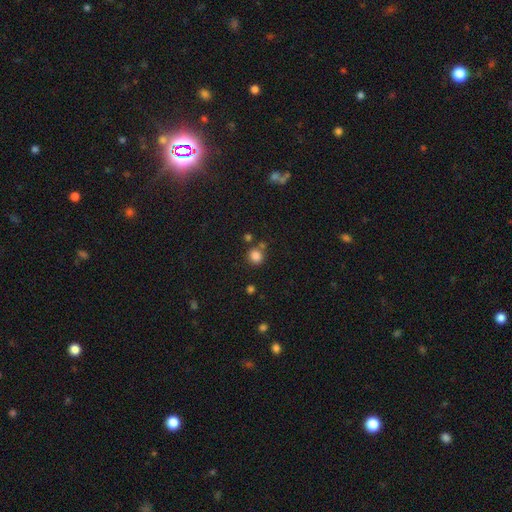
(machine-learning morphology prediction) Smooth or featured?
  - smooth: 83% *
  - star or artifact: 12%
  - featured or disk: 4%
How rounded?
  - round: 86% *
  - in between: 13%
  - cigar-shaped: 1%
Merging?
  - none: 72% *
  - merger: 13%
  - minor disturbance: 10%
  - major disturbance: 4%